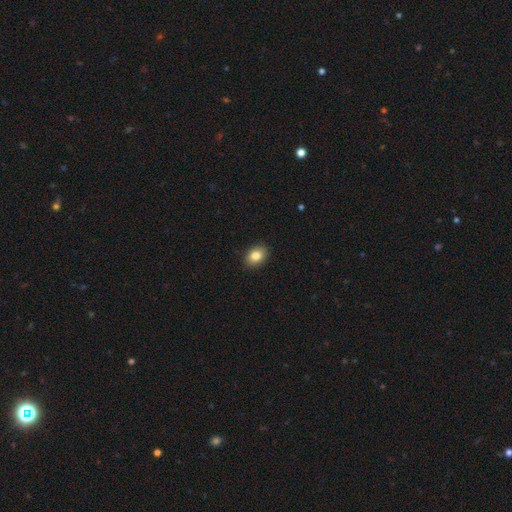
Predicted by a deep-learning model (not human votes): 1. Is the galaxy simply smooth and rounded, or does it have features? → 84% smooth, 9% star or artifact, 7% featured or disk.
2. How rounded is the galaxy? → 70% in between, 29% round, 1% cigar-shaped.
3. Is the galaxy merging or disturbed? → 90% none, 8% minor disturbance, 2% major disturbance, 1% merger.